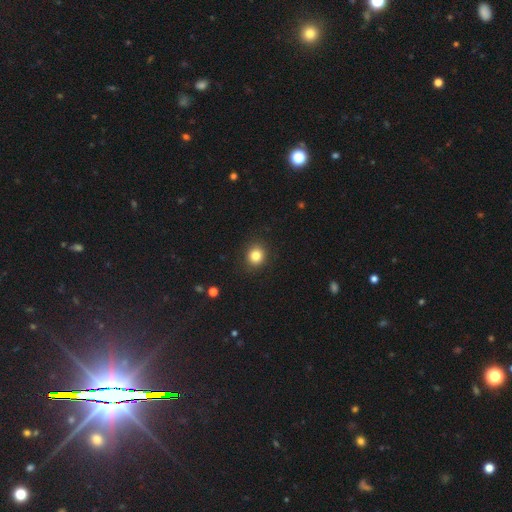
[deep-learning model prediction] smooth_or_featured: smooth (p=0.83) [alt: star or artifact p=0.11]
how_rounded: round (p=0.81) [alt: in between p=0.18]
merging: none (p=0.90) [alt: minor disturbance p=0.07]